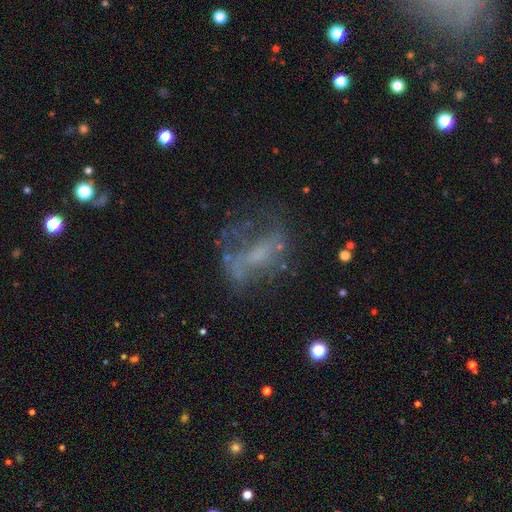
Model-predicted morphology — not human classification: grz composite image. It shows a featured or disk galaxy (53%). Merging: none (42%).